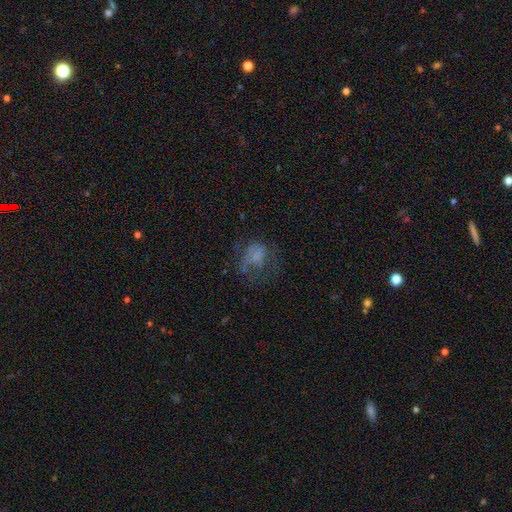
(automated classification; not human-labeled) Smooth or featured: smooth — 46% (featured or disk — 36%)
Merging: major disturbance — 41% (none — 37%)